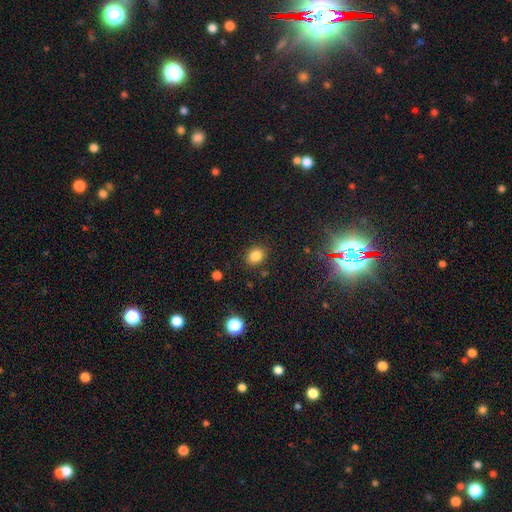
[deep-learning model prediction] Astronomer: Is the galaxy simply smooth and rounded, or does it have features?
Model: smooth — 83%.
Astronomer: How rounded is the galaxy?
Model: in between — 52% (runner-up: round, 47%).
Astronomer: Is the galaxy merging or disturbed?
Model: none — 85%.